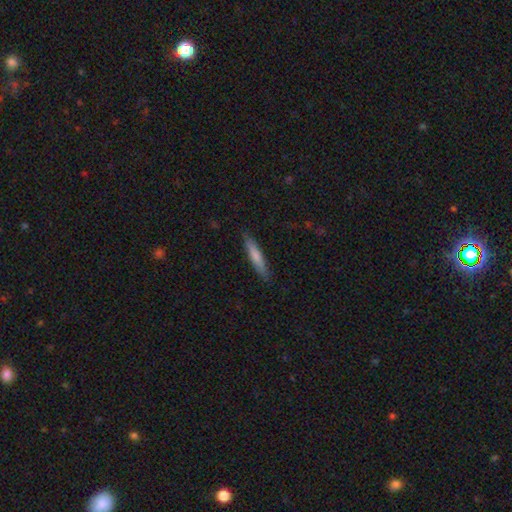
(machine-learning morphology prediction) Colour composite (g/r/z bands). It shows a smooth galaxy with no disk features (74%) that is cigar-shaped (88%). Merging: none (87%).